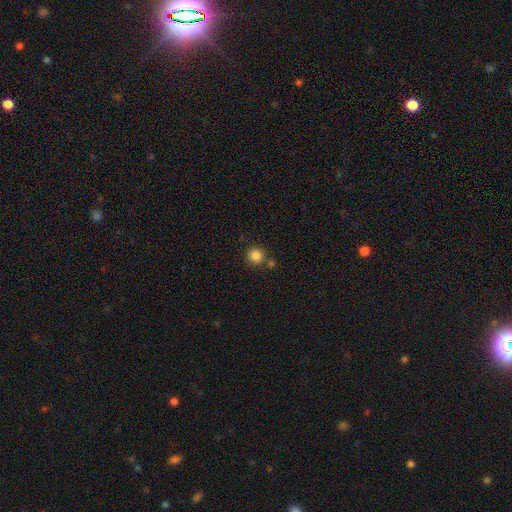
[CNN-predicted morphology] The model was most divided on "merging": none: 78%, merger: 11%, minor disturbance: 8%, major disturbance: 3%. More confident: how rounded — round (94%); smooth or featured — smooth (85%).